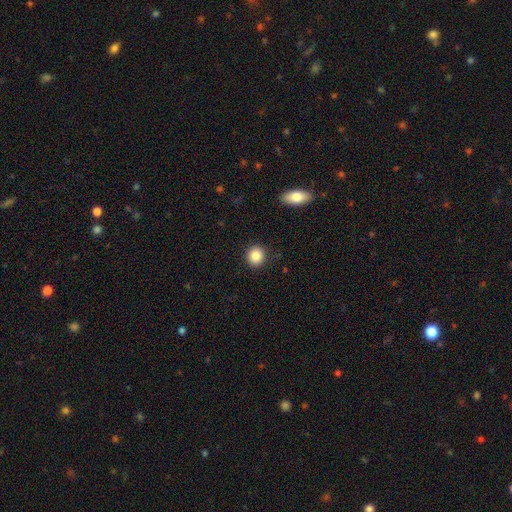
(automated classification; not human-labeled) Smooth or featured? smooth (86%)
How rounded? round (83%)
Merging? none (90%)